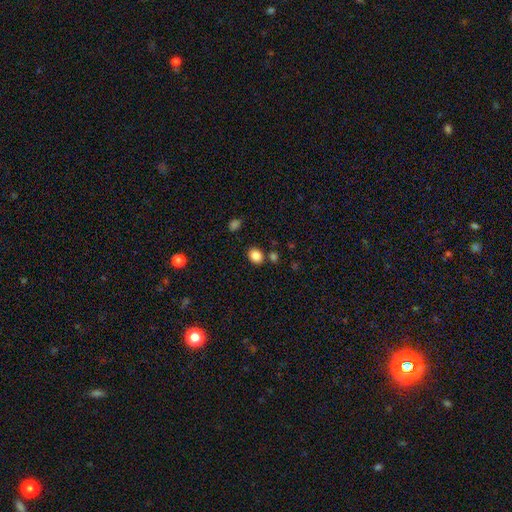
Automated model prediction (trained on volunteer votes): This appears to be a smooth galaxy with no disk features (86%) that is in between round and cigar-shaped (52%). Merging: none (79%).